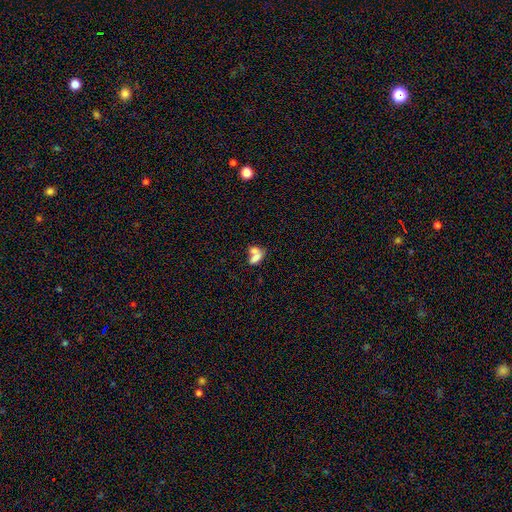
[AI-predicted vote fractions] A smooth galaxy with no disk features (68%) that is in between round and cigar-shaped (81%).

Vote fractions:
- Smooth or featured? smooth: 68% / featured or disk: 20% / star or artifact: 11%
- How rounded? in between: 81% / round: 13% / cigar-shaped: 7%
- Merging? merger: 64% / none: 21% / minor disturbance: 8% / major disturbance: 7%